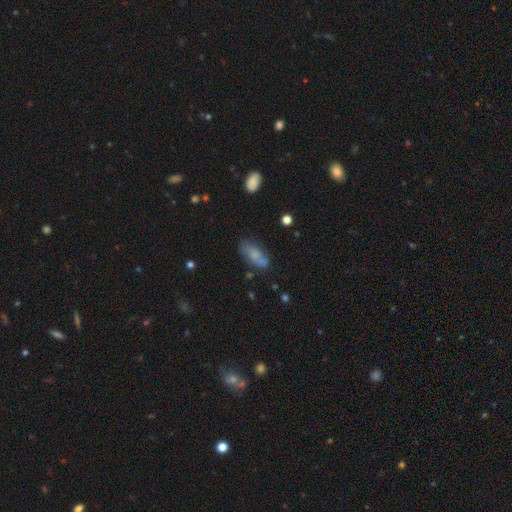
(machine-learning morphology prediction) This appears to be a smooth galaxy with no disk features (66%) that is in between round and cigar-shaped (81%). Merging: none (52%).